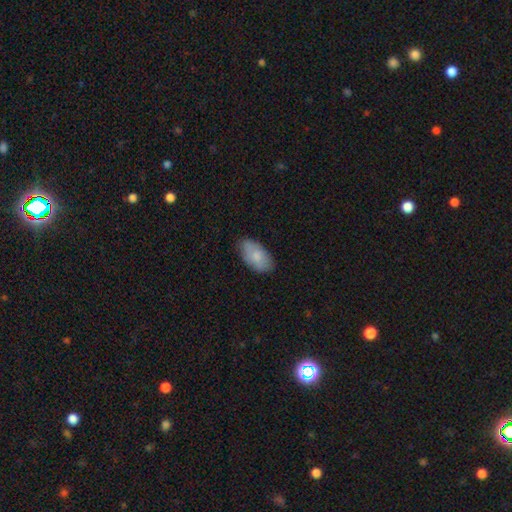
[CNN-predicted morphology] type=smooth (80%); roundness=in between (94%); merging=none (75%).